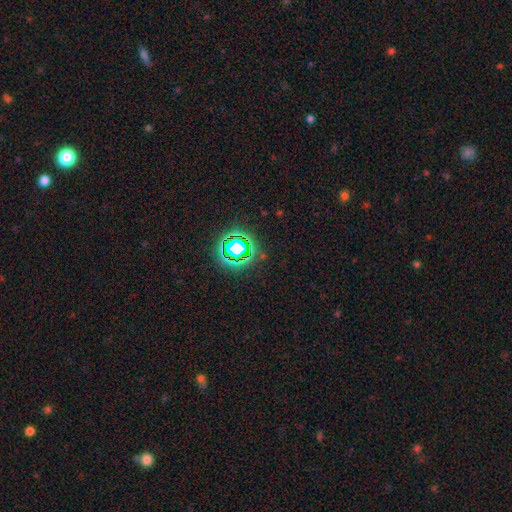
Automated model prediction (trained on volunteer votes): Smooth or featured: star or artifact — 78% (smooth — 16%)